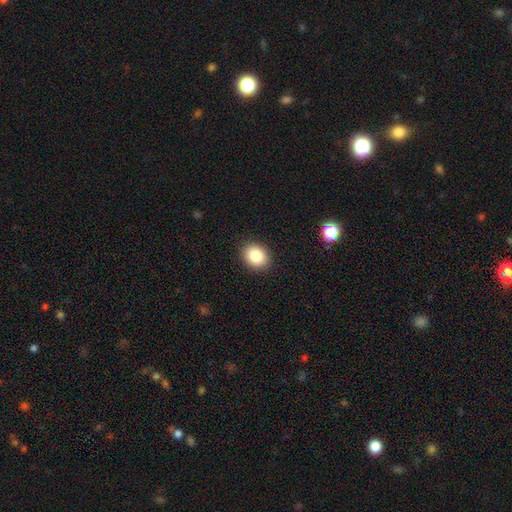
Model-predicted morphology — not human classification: Smooth or featured? smooth (85%)
How rounded? in between (53%)
Merging? none (90%)